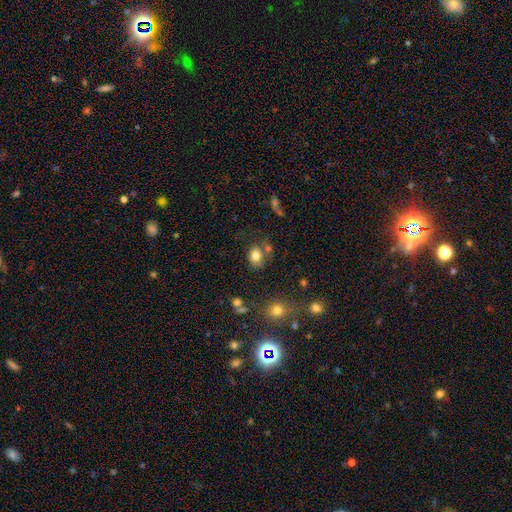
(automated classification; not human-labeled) smooth 79%, star or artifact 11%, featured or disk 10%. Down the decision tree: how rounded — in between (52%); merging — none (60%).